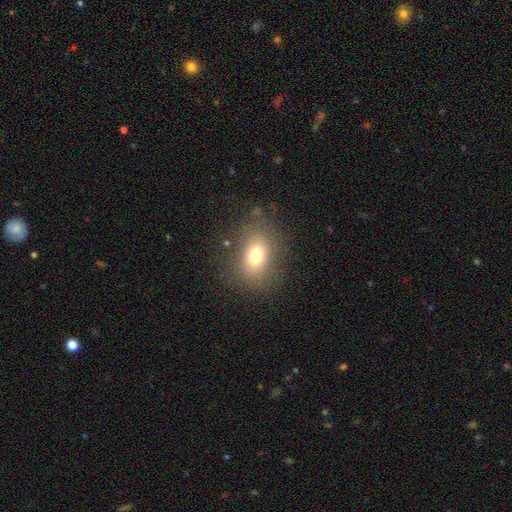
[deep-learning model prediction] Smooth or featured? Predicted: smooth (p=0.72). How rounded? Predicted: in between (p=0.68). Merging? Predicted: none (p=0.78).